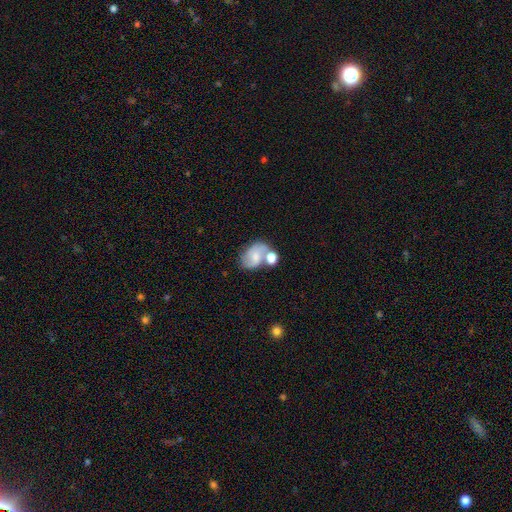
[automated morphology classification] A smooth galaxy with no disk features (46%). Merging: merger (38%).